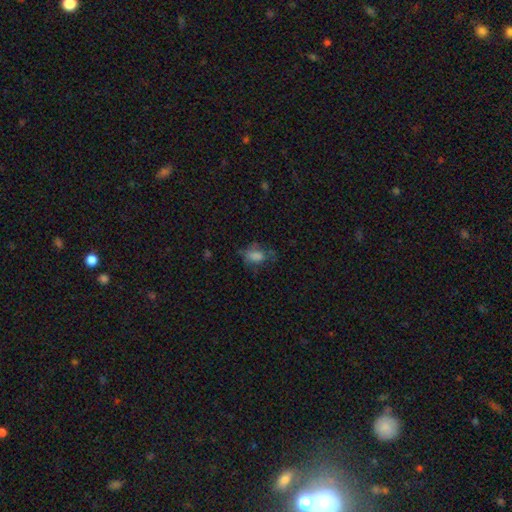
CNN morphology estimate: Smooth or featured? smooth (66%)
How rounded? in between (79%)
Merging? none (49%)